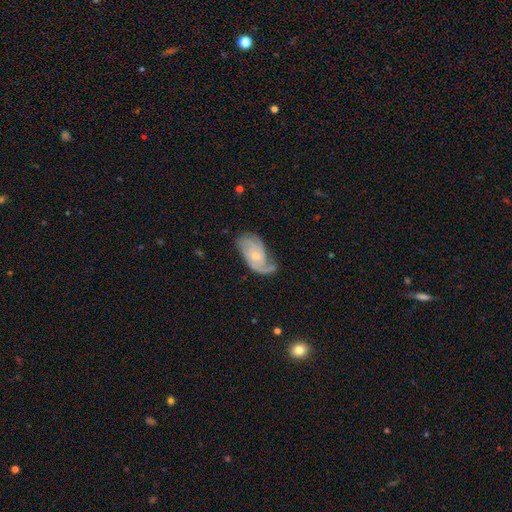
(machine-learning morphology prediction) smooth-or-featured: featured or disk: 76% | smooth: 18% | star or artifact: 6%
  disk-edge-on: no: 96% | yes: 4%
    bar: no: 67% | weak: 28% | strong: 5%
    has-spiral-arms: yes: 94% | no: 6%
      spiral-winding: medium: 43% | tight: 34% | loose: 23%
      spiral-arm-count: 2: 55% | can't tell: 16% | 3: 14% | 1: 10% | 4: 3% | more than 4: 3%
    bulge-size: small: 62% | moderate: 31% | none: 5% | large: 2% | dominant: 1%
  merging: none: 55% | minor disturbance: 27% | major disturbance: 15% | merger: 2%